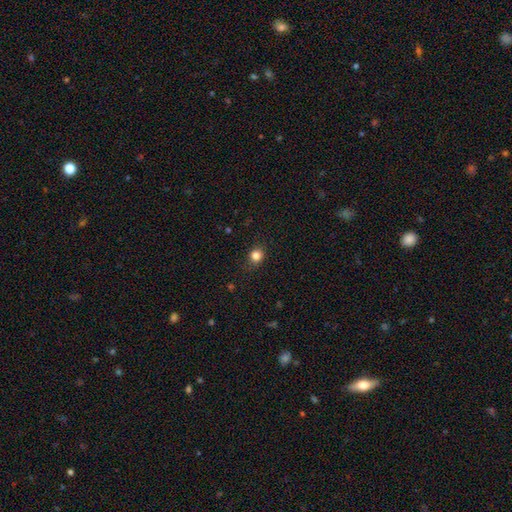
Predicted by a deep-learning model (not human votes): This is clearly a smooth galaxy (83%). How rounded: likely round (76%). Merging: clearly none (86%).